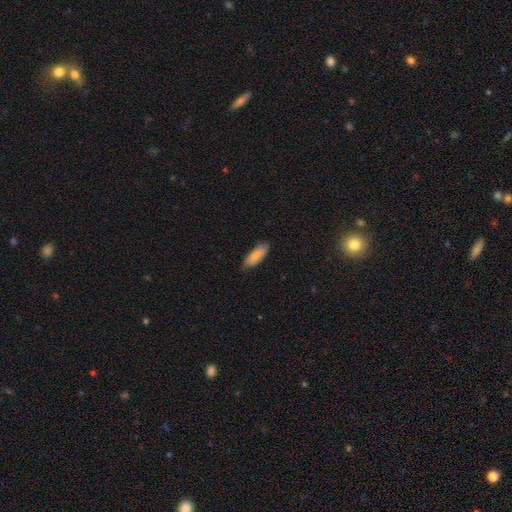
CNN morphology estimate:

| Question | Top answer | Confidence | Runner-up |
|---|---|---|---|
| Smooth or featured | smooth | 81% | featured or disk (12%) |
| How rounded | in between | 74% | cigar-shaped (24%) |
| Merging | none | 67% | minor disturbance (26%) |